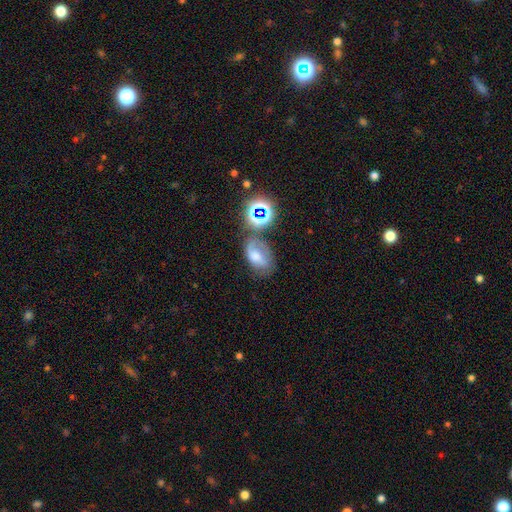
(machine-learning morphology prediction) Smooth or featured? featured or disk (39%)
Merging? none (47%)